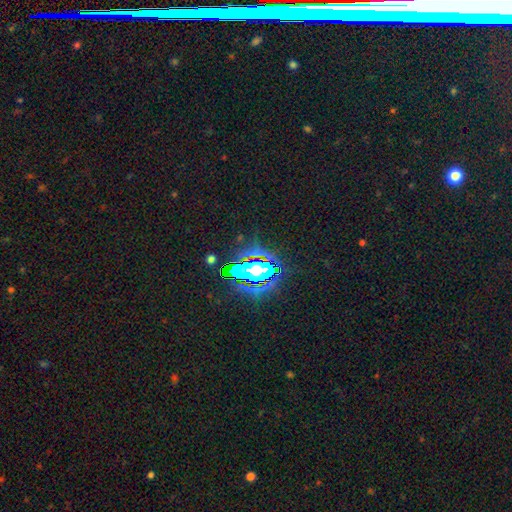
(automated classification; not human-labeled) Morphology: type=star or artifact (78%).